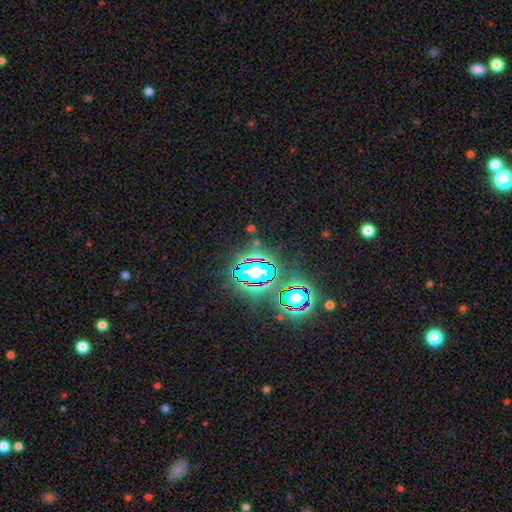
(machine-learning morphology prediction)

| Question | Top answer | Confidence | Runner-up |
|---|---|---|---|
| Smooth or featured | star or artifact | 81% | smooth (11%) |